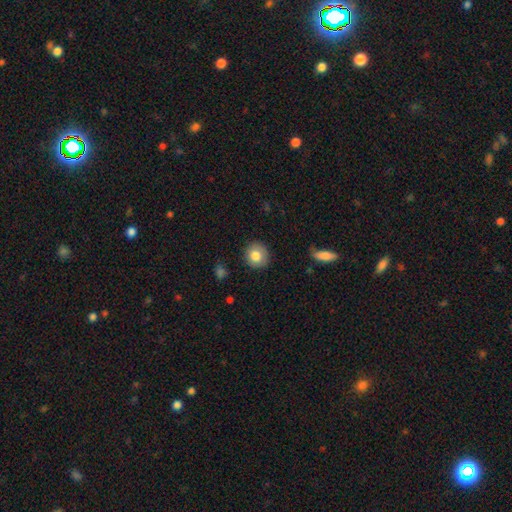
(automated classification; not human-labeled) Smooth or featured? Predicted: smooth (p=0.80). How rounded? Predicted: round (p=0.87). Merging? Predicted: none (p=0.86).